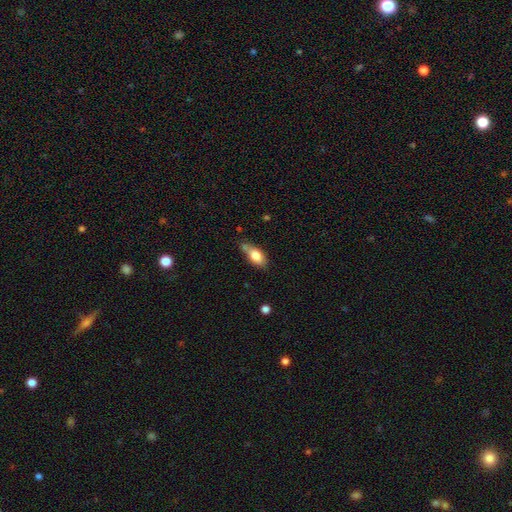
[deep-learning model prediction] Q: Smooth or featured?
A: smooth (78%); runner-up: featured or disk (15%)
Q: How rounded?
A: in between (85%); runner-up: cigar-shaped (10%)
Q: Merging?
A: none (53%); runner-up: minor disturbance (30%)